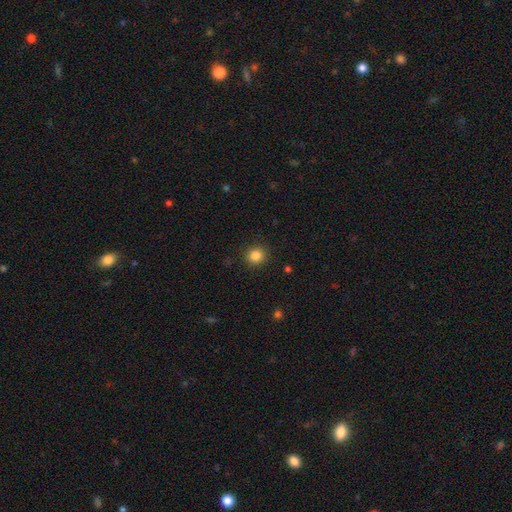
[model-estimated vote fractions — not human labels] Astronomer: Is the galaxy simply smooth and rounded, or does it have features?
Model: smooth — 85%.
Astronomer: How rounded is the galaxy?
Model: round — 88%.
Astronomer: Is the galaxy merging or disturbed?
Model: none — 90%.